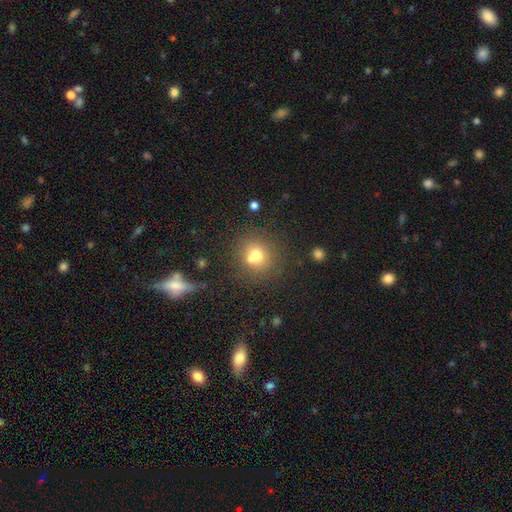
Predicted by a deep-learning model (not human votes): Smooth or featured: smooth — 69% (featured or disk — 16%)
How rounded: round — 86% (in between — 14%)
Merging: none — 57% (merger — 28%)